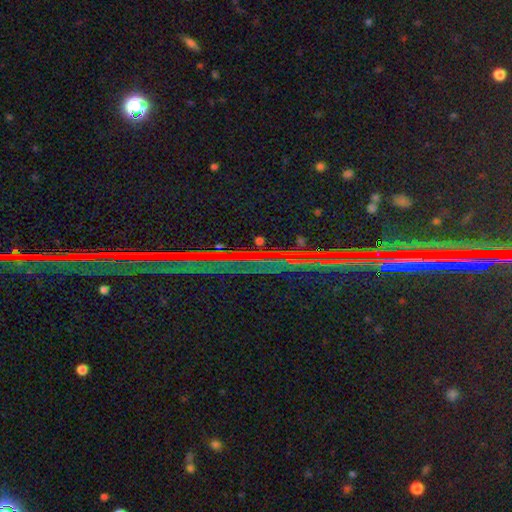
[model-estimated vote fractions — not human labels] Smooth or featured: star or artifact — 81% (featured or disk — 11%)